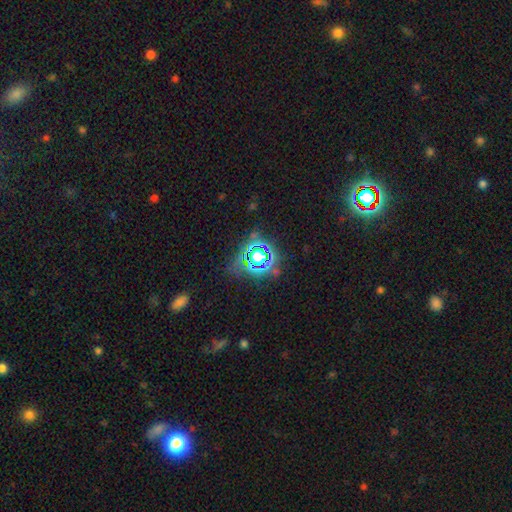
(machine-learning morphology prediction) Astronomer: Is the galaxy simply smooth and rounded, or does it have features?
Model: star or artifact — 61%.